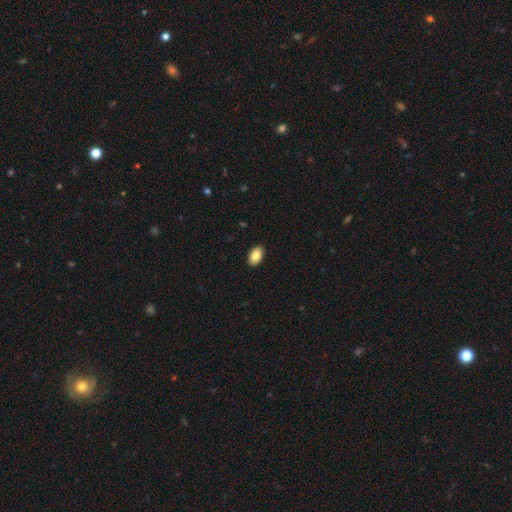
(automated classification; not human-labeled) Overall: smooth (87%). How rounded: in between (92%). Merging: none (90%).